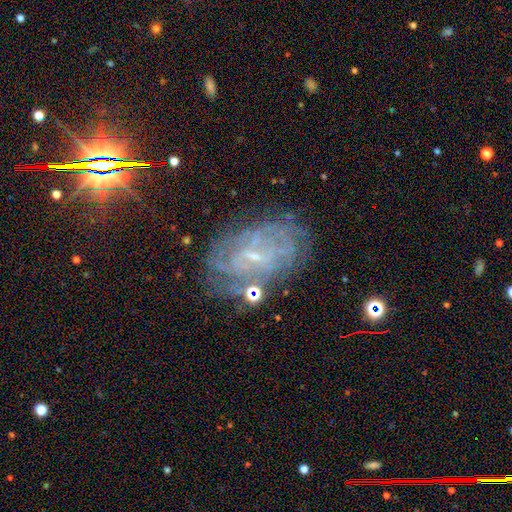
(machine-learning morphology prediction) Smooth or featured: featured or disk — 74% (star or artifact — 14%)
Edge-on disk: no — 95% (yes — 5%)
Bar: weak — 46% (no — 37%)
Spiral arms: yes — 83% (no — 17%)
Spiral winding: tight — 63% (medium — 27%)
Spiral arm count: can't tell — 53% (2 — 14%)
Bulge size: small — 78% (moderate — 12%)
Merging: none — 67% (minor disturbance — 18%)